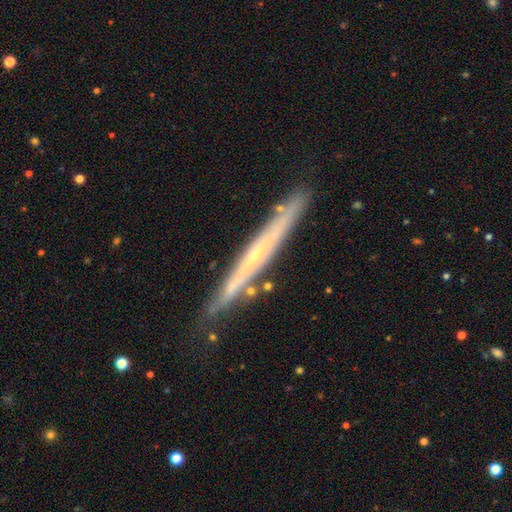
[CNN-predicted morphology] Smooth or featured? Predicted: featured or disk (p=0.71). Edge-on disk? Predicted: yes (p=0.92). Edge-on bulge? Predicted: none (p=0.54). Merging? Predicted: none (p=0.82).